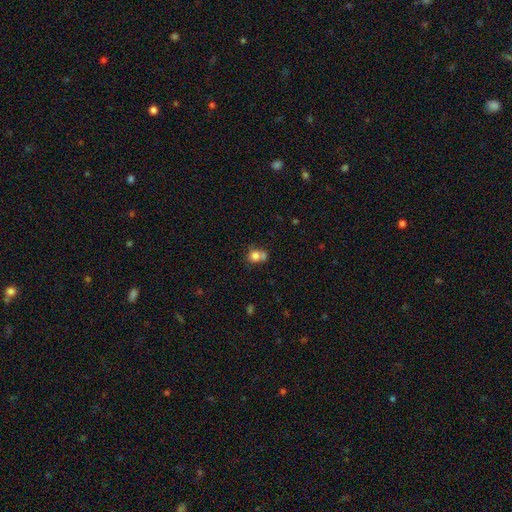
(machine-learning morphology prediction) Smooth or featured? Predicted: smooth (p=0.78). How rounded? Predicted: round (p=0.70). Merging? Predicted: none (p=0.41).